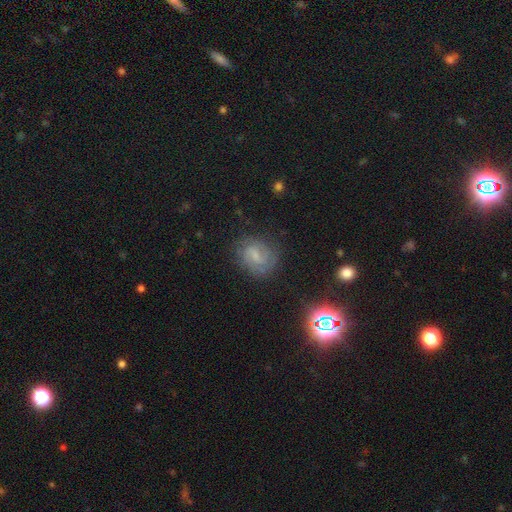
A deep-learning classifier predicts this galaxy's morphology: Q: Smooth or featured?
A: featured or disk (63%); runner-up: smooth (24%)
Q: Edge-on disk?
A: no (97%); runner-up: yes (3%)
Q: Bar?
A: weak (58%); runner-up: no (22%)
Q: Spiral arms?
A: yes (90%); runner-up: no (10%)
Q: Spiral winding?
A: tight (44%); runner-up: medium (41%)
Q: Spiral arm count?
A: 2 (66%); runner-up: can't tell (20%)
Q: Bulge size?
A: small (50%); runner-up: moderate (24%)
Q: Merging?
A: none (76%); runner-up: minor disturbance (16%)